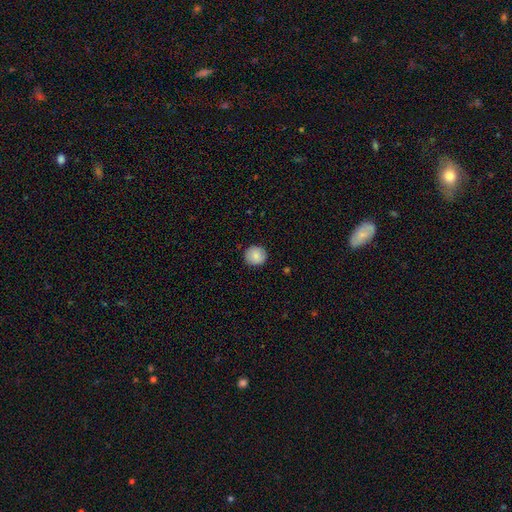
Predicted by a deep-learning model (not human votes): smooth 85%, star or artifact 7%, featured or disk 7%. Down the decision tree: how rounded — round (91%); merging — none (89%).